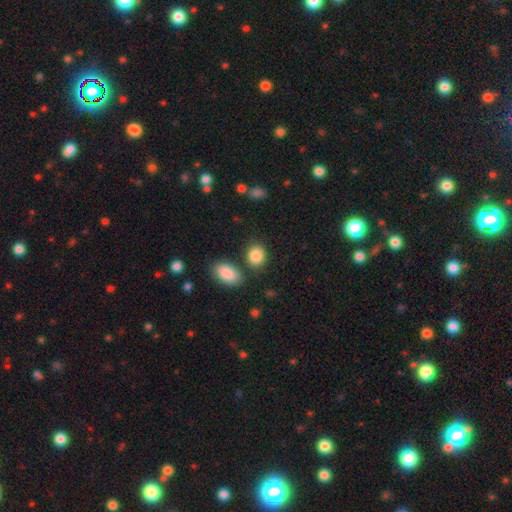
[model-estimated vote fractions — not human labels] Smooth or featured? Predicted: smooth (p=0.87). How rounded? Predicted: in between (p=0.54). Merging? Predicted: none (p=0.75).